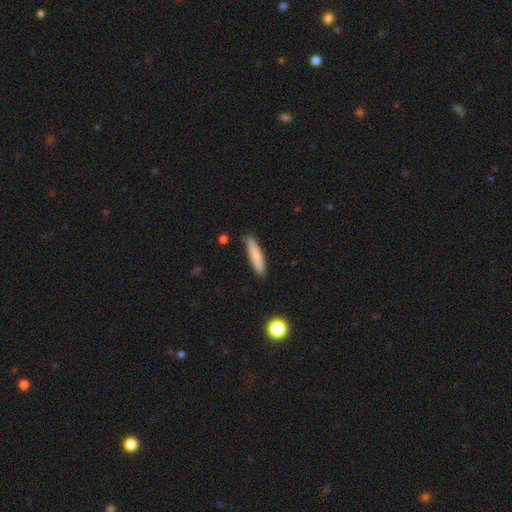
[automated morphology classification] Smooth or featured? Predicted: smooth (p=0.80). How rounded? Predicted: cigar-shaped (p=0.88). Merging? Predicted: none (p=0.86).